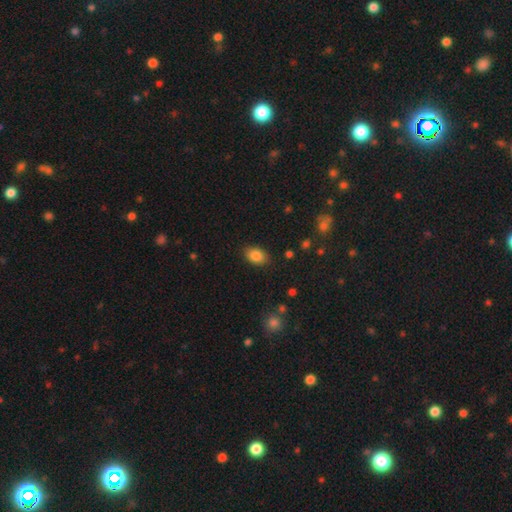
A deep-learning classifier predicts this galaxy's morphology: type=smooth (85%); roundness=in between (83%); merging=none (85%).